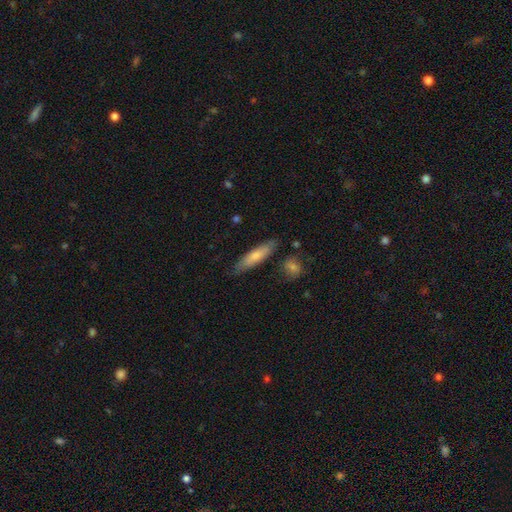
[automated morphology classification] A smooth galaxy with no disk features (69%) that is cigar-shaped (71%). Merging: none (79%).